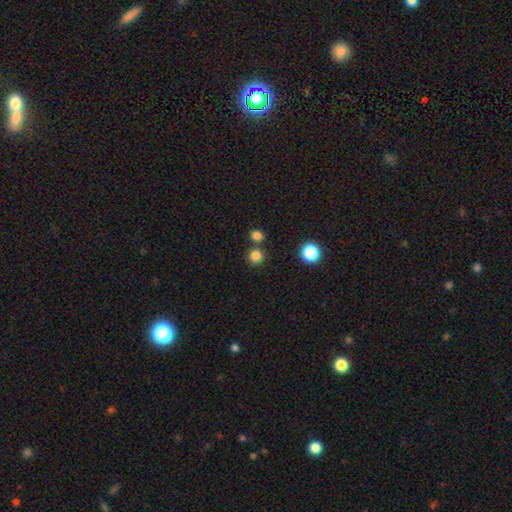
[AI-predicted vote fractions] smooth 82%, star or artifact 14%, featured or disk 4%. Down the decision tree: how rounded — round (92%); merging — none (76%).